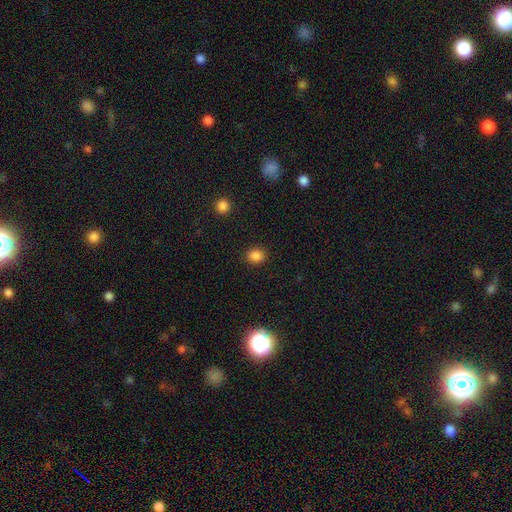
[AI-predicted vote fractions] This is clearly a smooth galaxy (85%). How rounded: likely round (68%). Merging: clearly none (90%).